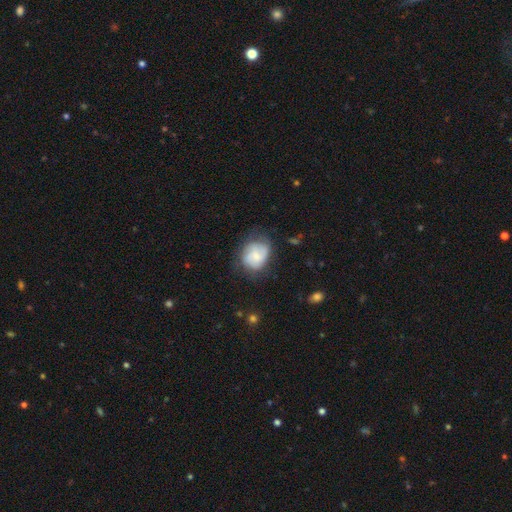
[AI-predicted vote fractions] A smooth galaxy with no disk features (55%) that is round (54%). Merging: none (54%).